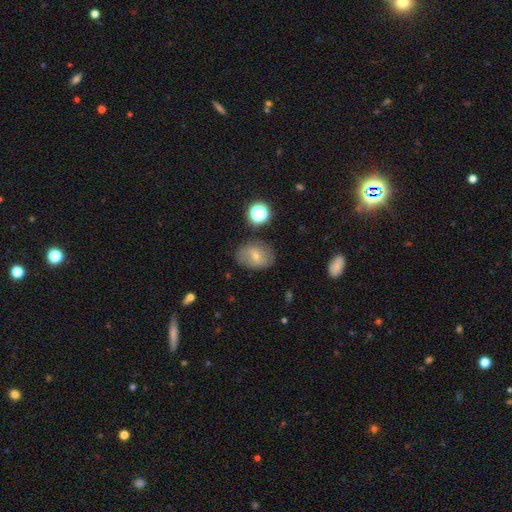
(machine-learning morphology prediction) Smooth or featured: smooth — 53% (featured or disk — 36%)
How rounded: in between — 62% (round — 37%)
Merging: none — 72% (minor disturbance — 18%)